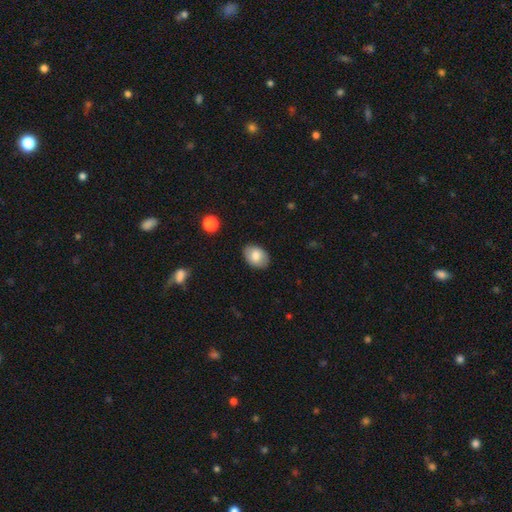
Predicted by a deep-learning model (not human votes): smooth 77%, featured or disk 16%, star or artifact 7%. Down the decision tree: how rounded — in between (84%); merging — none (85%).